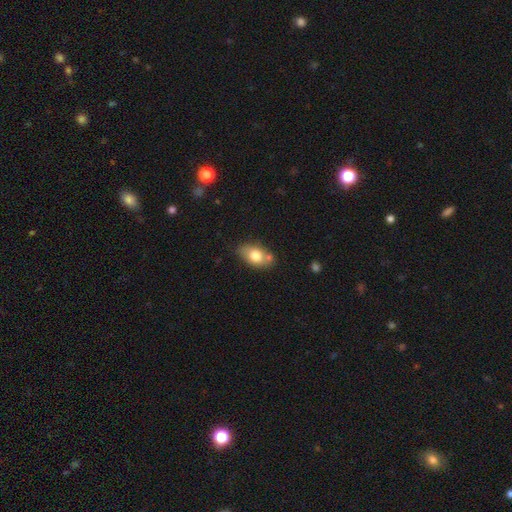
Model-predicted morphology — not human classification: Smooth or featured?
  - smooth: 75% *
  - featured or disk: 17%
  - star or artifact: 8%
How rounded?
  - in between: 85% *
  - round: 12%
  - cigar-shaped: 2%
Merging?
  - none: 65% *
  - minor disturbance: 19%
  - merger: 12%
  - major disturbance: 4%